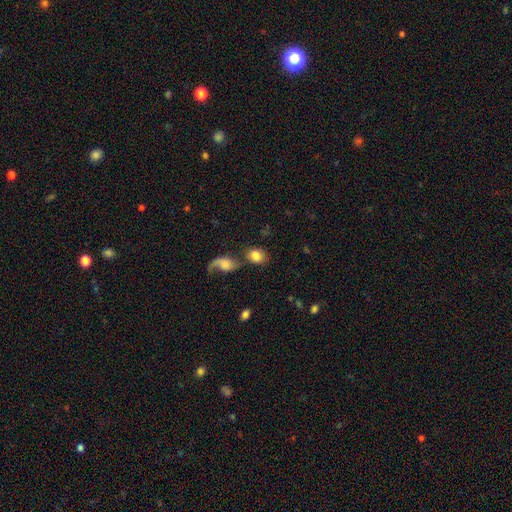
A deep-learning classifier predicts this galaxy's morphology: Smooth or featured? Predicted: smooth (p=0.77). How rounded? Predicted: in between (p=0.59). Merging? Predicted: none (p=0.47).